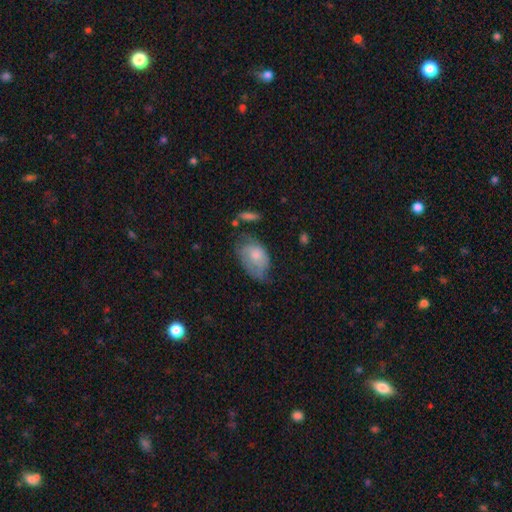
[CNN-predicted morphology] Smooth or featured? smooth (61%)
How rounded? in between (89%)
Merging? minor disturbance (39%)